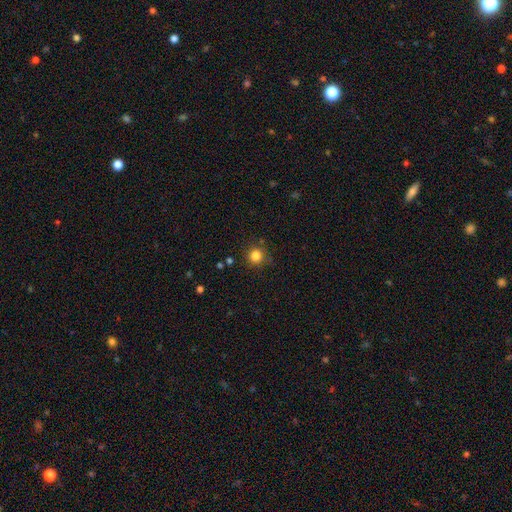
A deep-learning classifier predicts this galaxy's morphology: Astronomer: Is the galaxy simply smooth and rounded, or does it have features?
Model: smooth — 83%.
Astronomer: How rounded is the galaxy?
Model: round — 94%.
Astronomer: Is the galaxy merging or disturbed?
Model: none — 85%.